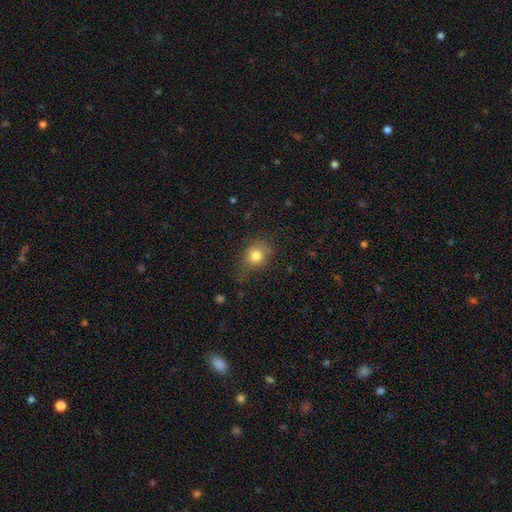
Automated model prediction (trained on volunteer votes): A smooth galaxy with no disk features (79%) that is round (66%). Merging: none (61%).